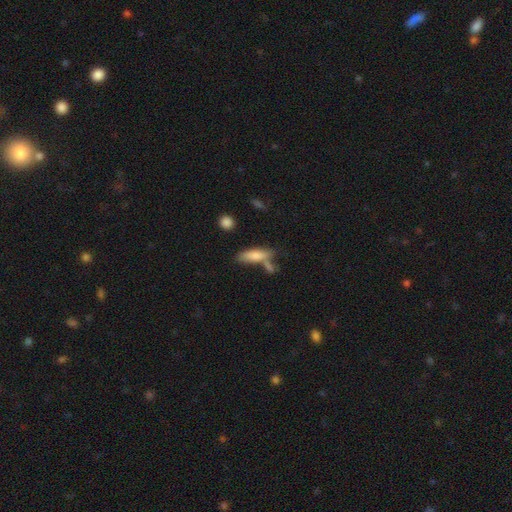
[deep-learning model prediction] smooth-or-featured: smooth: 74% | featured or disk: 18% | star or artifact: 8%
  how-rounded: cigar-shaped: 54% | in between: 43% | round: 3%
  merging: none: 51% | merger: 25% | minor disturbance: 17% | major disturbance: 7%